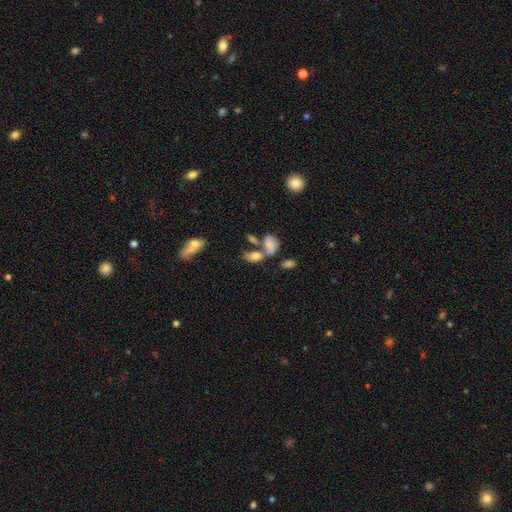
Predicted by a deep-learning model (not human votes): smooth_or_featured: smooth (p=0.70) [alt: featured or disk p=0.18]
how_rounded: in between (p=0.85) [alt: round p=0.10]
merging: merger (p=0.42) [alt: none p=0.34]